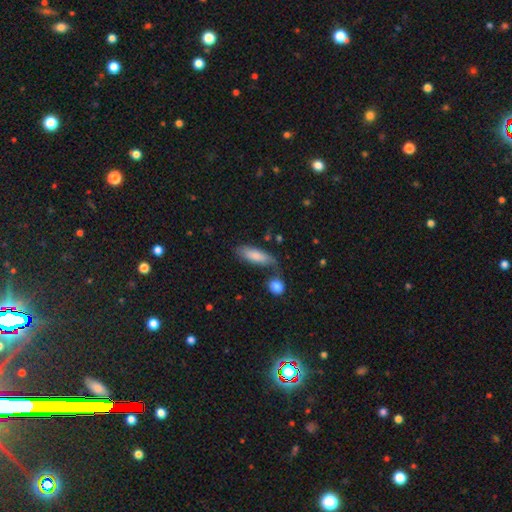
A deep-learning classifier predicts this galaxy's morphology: This is likely a smooth galaxy (80%). How rounded: likely in between (68%). Merging: possibly none (53%).